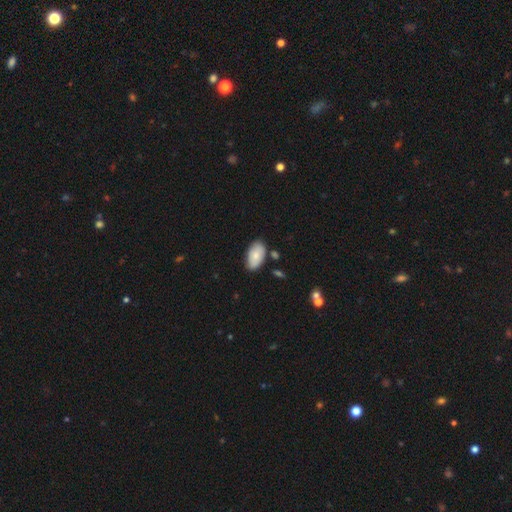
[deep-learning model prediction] Smooth or featured: smooth — 79% (featured or disk — 15%)
How rounded: in between — 95% (round — 3%)
Merging: none — 75% (minor disturbance — 17%)